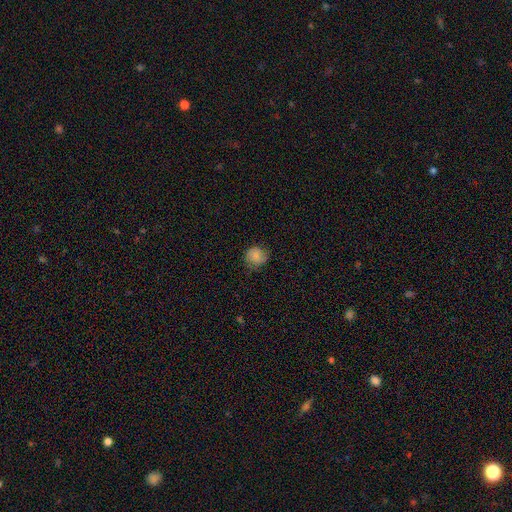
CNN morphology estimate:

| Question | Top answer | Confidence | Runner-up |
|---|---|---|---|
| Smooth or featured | smooth | 78% | featured or disk (14%) |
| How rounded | round | 83% | in between (16%) |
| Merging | none | 72% | minor disturbance (21%) |